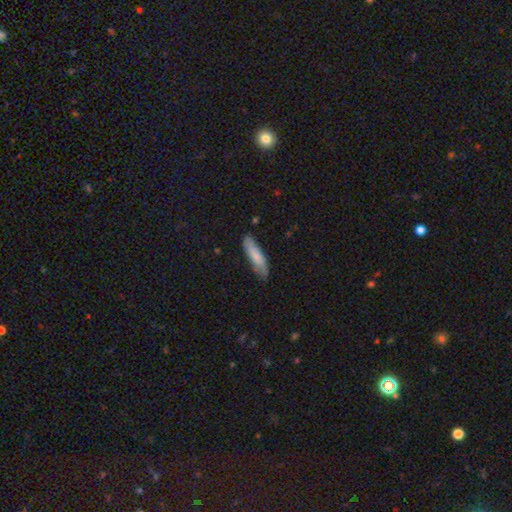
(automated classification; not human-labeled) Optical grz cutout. It shows a smooth galaxy with no disk features (75%) that is cigar-shaped (71%). Merging: none (78%).